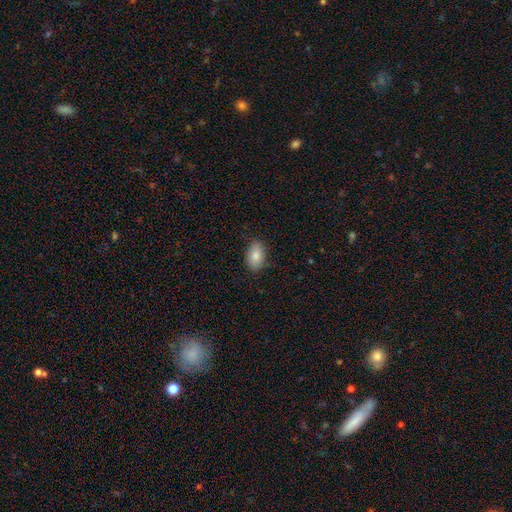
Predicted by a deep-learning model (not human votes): A smooth galaxy with no disk features (83%) that is in between round and cigar-shaped (89%).

Vote fractions:
- Smooth or featured? smooth: 83% / featured or disk: 9% / star or artifact: 7%
- How rounded? in between: 89% / round: 9% / cigar-shaped: 1%
- Merging? none: 80% / minor disturbance: 16% / major disturbance: 3% / merger: 1%